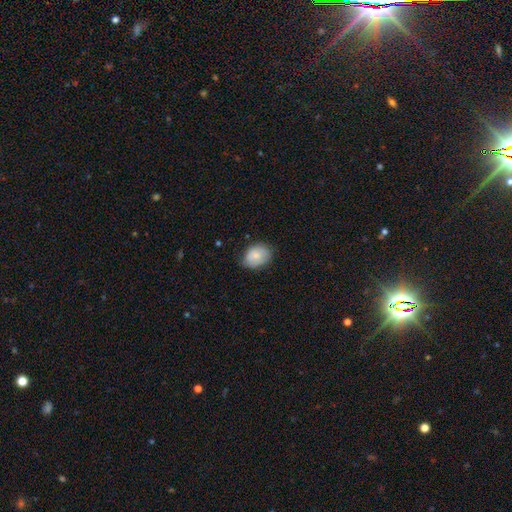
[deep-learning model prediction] smooth-or-featured: smooth: 79% | featured or disk: 14% | star or artifact: 7%
  how-rounded: in between: 62% | round: 37% | cigar-shaped: 1%
  merging: none: 67% | minor disturbance: 27% | major disturbance: 5% | merger: 1%